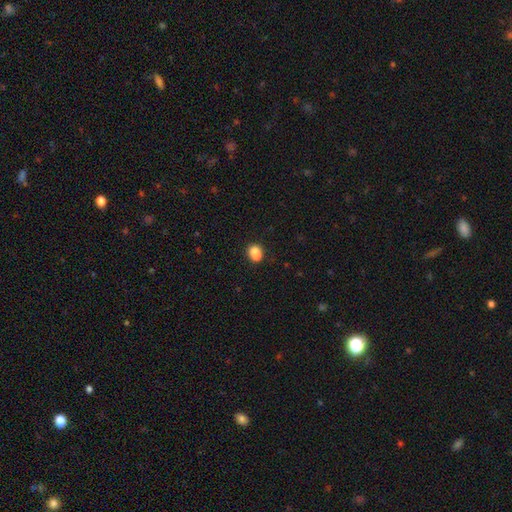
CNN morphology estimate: Smooth or featured? Predicted: smooth (p=0.78). How rounded? Predicted: in between (p=0.53). Merging? Predicted: none (p=0.45).